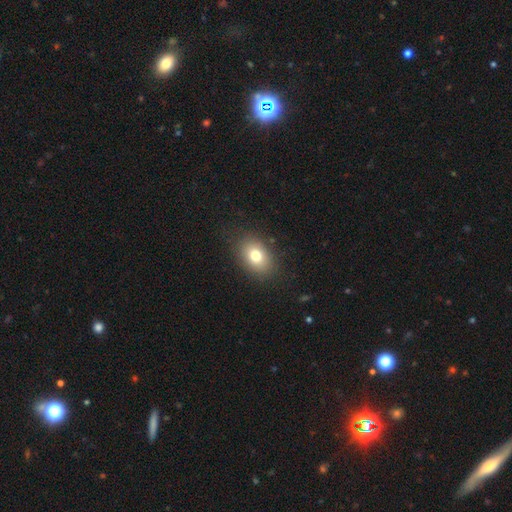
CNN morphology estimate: Overall: smooth (77%). How rounded: in between (75%). Merging: none (85%).